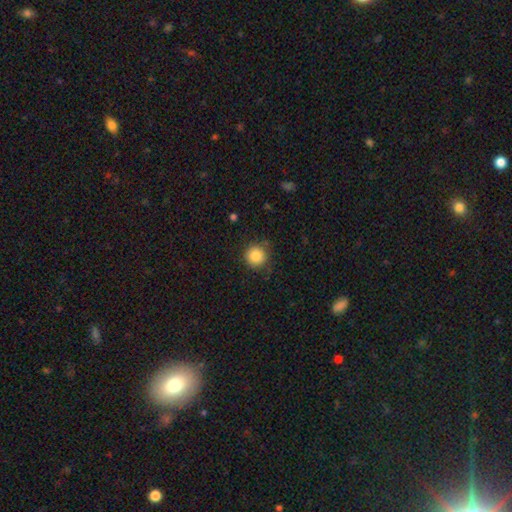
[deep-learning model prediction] Morphology: type=smooth (85%); roundness=round (95%); merging=none (85%).